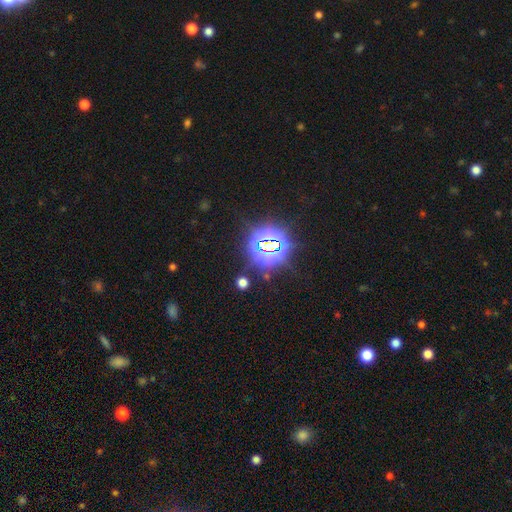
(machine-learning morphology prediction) A star or artifact, not a galaxy (82%).

Vote fractions:
- Smooth or featured? star or artifact: 82% / smooth: 12% / featured or disk: 6%